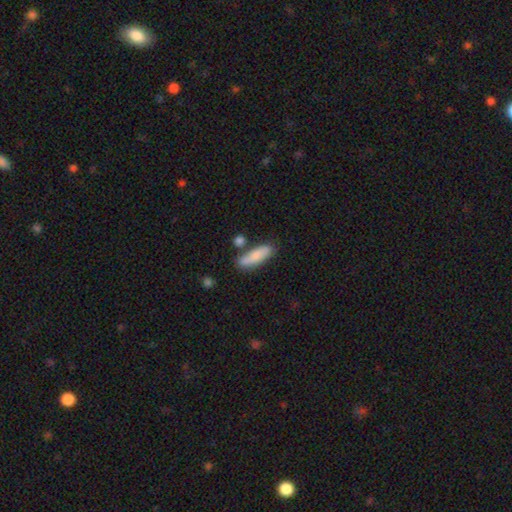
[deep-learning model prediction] A smooth galaxy with no disk features (79%) that is cigar-shaped (53%).

Vote fractions:
- Smooth or featured? smooth: 79% / featured or disk: 15% / star or artifact: 6%
- How rounded? cigar-shaped: 53% / in between: 45% / round: 2%
- Merging? none: 67% / minor disturbance: 17% / merger: 12% / major disturbance: 4%